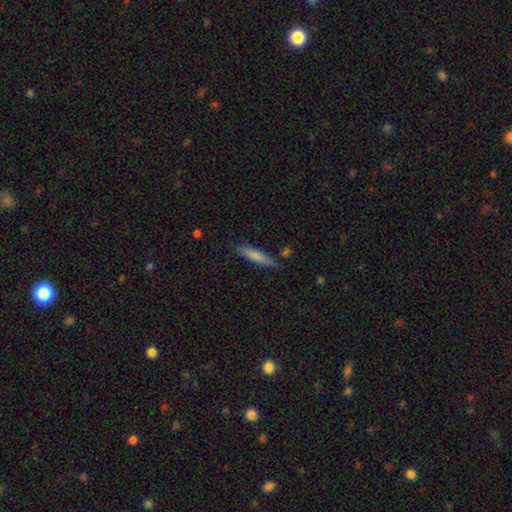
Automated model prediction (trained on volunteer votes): Q: Smooth or featured?
A: smooth (75%); runner-up: featured or disk (19%)
Q: How rounded?
A: cigar-shaped (84%); runner-up: in between (15%)
Q: Merging?
A: none (79%); runner-up: minor disturbance (15%)